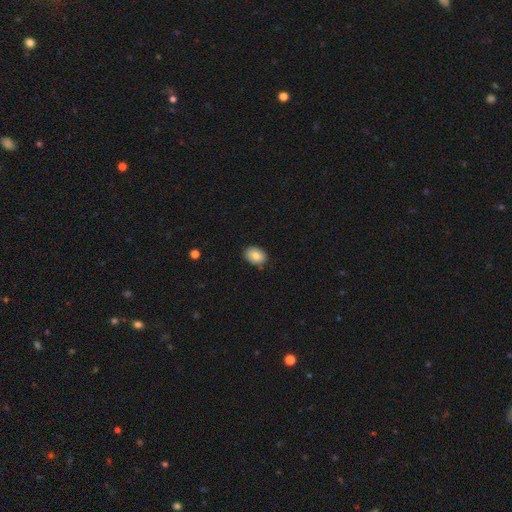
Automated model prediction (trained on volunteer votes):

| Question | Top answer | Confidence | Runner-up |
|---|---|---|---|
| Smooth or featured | smooth | 82% | featured or disk (10%) |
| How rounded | in between | 79% | round (20%) |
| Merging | none | 84% | minor disturbance (13%) |